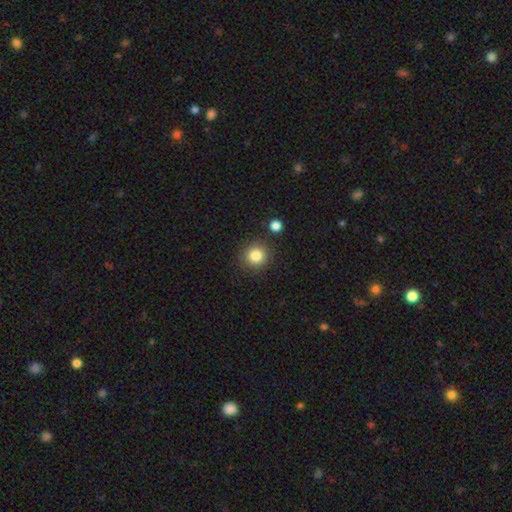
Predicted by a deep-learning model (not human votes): smooth 84%, star or artifact 11%, featured or disk 5%. Down the decision tree: how rounded — round (92%); merging — none (86%).